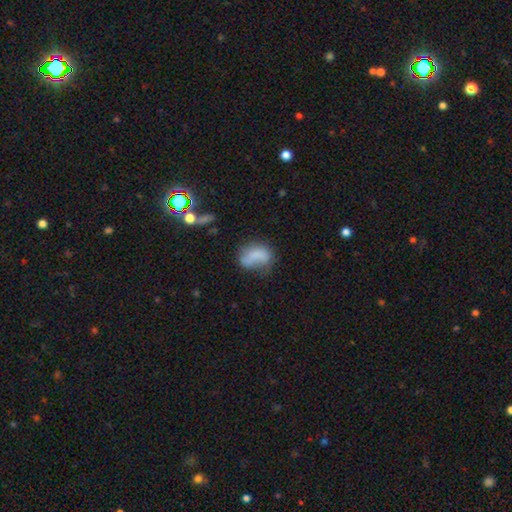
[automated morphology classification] smooth-or-featured: smooth: 68% | featured or disk: 22% | star or artifact: 11%
  how-rounded: in between: 83% | round: 14% | cigar-shaped: 3%
  merging: none: 39% | minor disturbance: 30% | major disturbance: 22% | merger: 9%